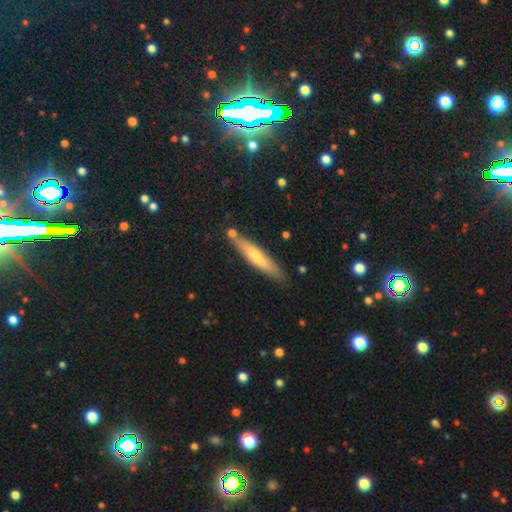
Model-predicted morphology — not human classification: This is possibly a smooth galaxy (56%). How rounded: clearly cigar-shaped (87%). Merging: clearly none (81%).